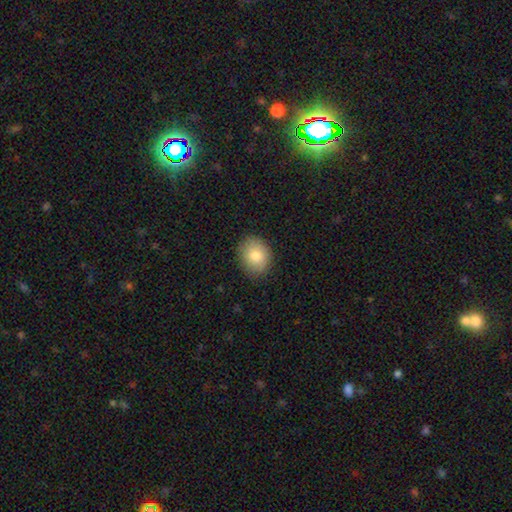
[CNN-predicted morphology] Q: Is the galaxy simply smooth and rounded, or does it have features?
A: smooth — 80%.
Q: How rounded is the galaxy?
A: round — 59%.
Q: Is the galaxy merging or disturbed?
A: none — 86%.